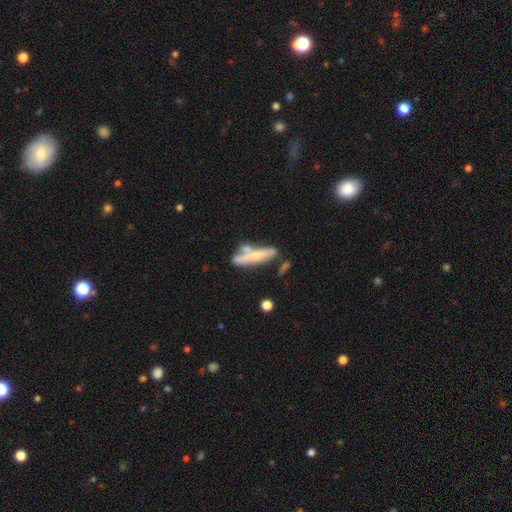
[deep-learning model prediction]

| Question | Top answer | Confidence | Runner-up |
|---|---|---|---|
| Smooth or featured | featured or disk | 50% | smooth (43%) |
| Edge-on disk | yes | 73% | no (27%) |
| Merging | none | 45% | merger (29%) |